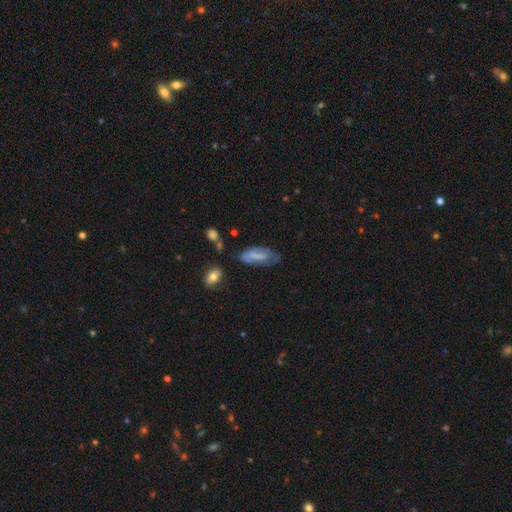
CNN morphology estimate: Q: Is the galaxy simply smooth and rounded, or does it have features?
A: smooth — 52%.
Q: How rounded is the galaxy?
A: in between — 72%.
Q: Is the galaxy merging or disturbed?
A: none — 53%.